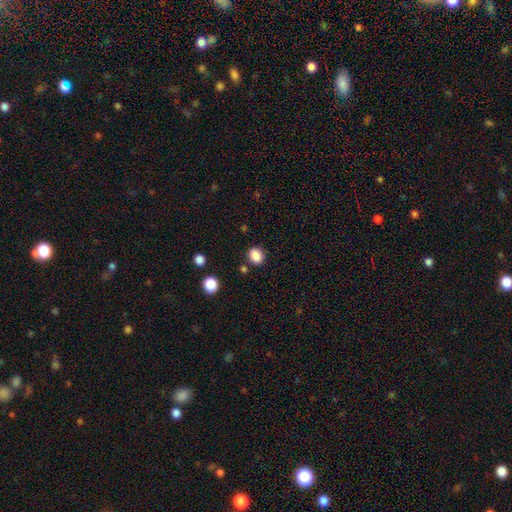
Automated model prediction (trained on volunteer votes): This is clearly a smooth galaxy (87%). How rounded: possibly round (52%). Merging: clearly none (83%).